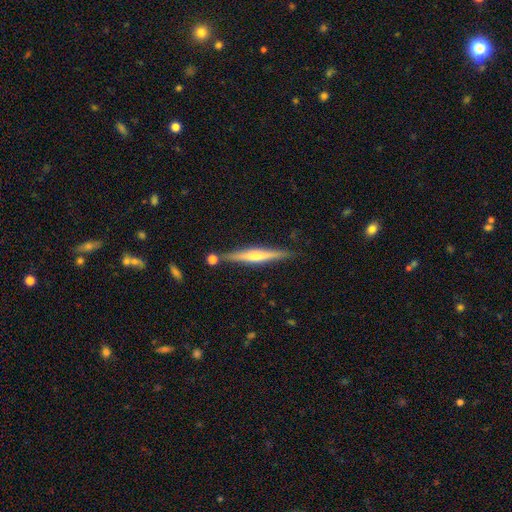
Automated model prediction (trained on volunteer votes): A featured or disk galaxy (65%) viewed edge-on (97%) with a rounded central bulge (71%). Merging: none (83%).